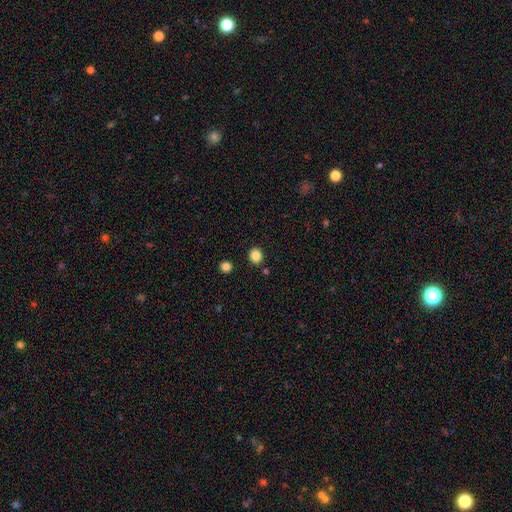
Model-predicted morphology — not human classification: Smooth or featured? Predicted: smooth (p=0.86). How rounded? Predicted: round (p=0.76). Merging? Predicted: none (p=0.88).